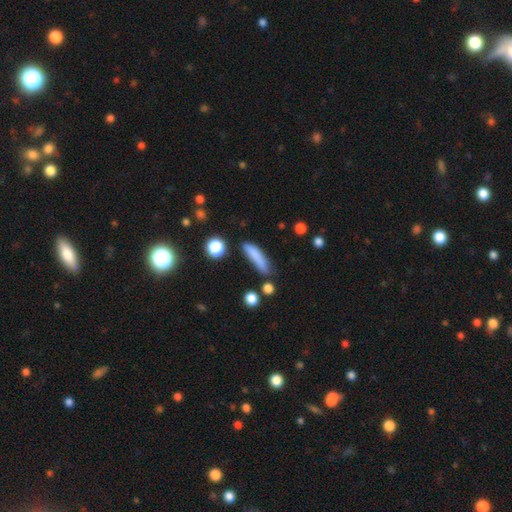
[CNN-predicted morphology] smooth 79%, featured or disk 12%, star or artifact 9%. Down the decision tree: how rounded — cigar-shaped (76%); merging — none (63%).